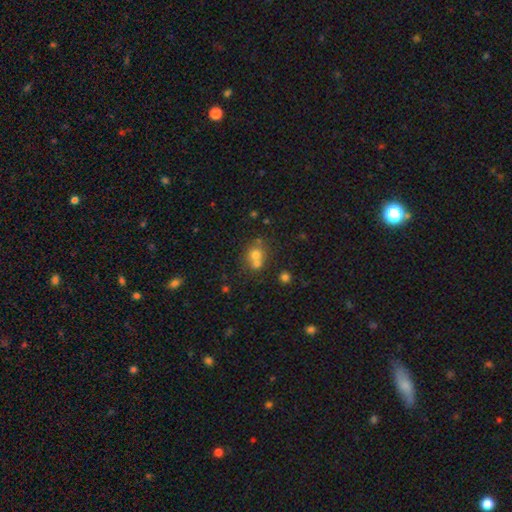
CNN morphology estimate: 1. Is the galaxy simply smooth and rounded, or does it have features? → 66% smooth, 17% featured or disk, 17% star or artifact.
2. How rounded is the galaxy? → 76% round, 23% in between, 1% cigar-shaped.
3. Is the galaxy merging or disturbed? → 51% merger, 38% none, 7% minor disturbance, 3% major disturbance.